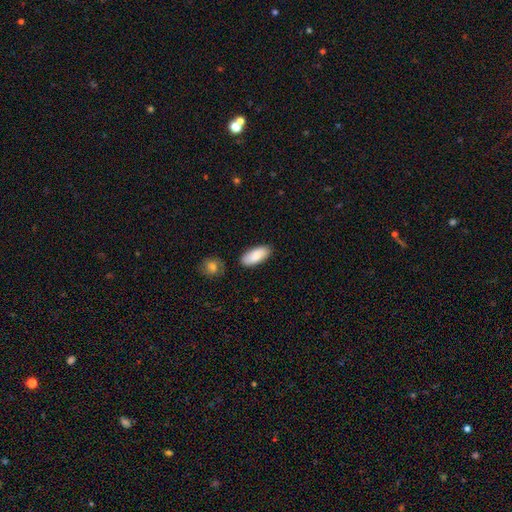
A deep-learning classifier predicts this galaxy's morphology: smooth 84%, featured or disk 10%, star or artifact 6%. Down the decision tree: how rounded — in between (86%); merging — none (83%).